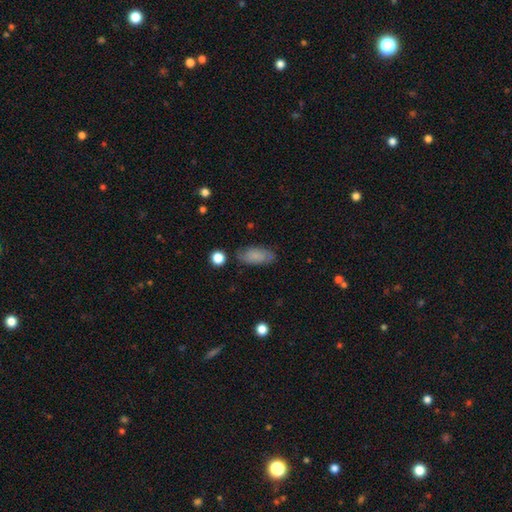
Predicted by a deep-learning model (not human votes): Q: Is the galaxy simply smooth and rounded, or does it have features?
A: smooth — 75%.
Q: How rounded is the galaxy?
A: in between — 87%.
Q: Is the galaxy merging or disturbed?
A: none — 77%.